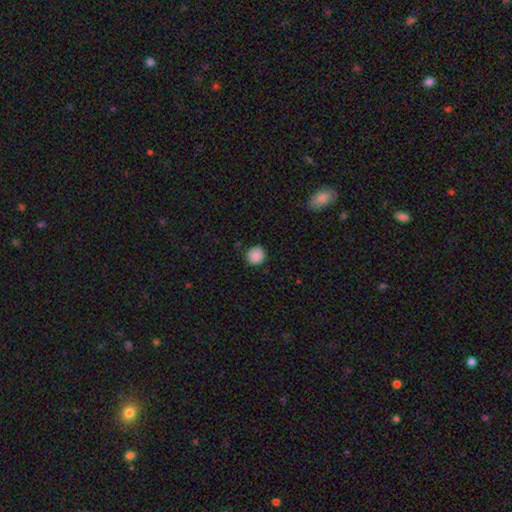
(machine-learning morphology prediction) Q: Smooth or featured?
A: smooth (88%); runner-up: star or artifact (9%)
Q: How rounded?
A: round (92%); runner-up: in between (7%)
Q: Merging?
A: none (90%); runner-up: minor disturbance (7%)